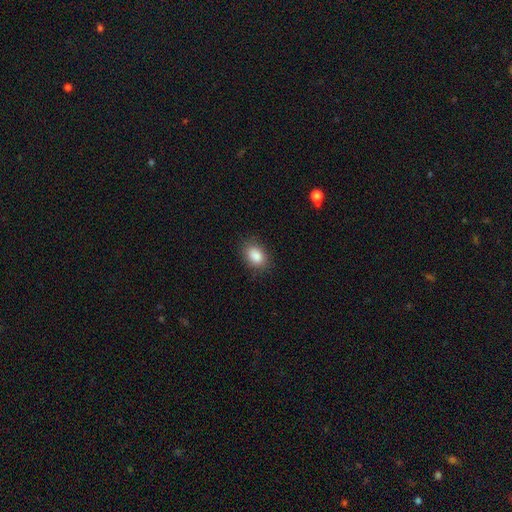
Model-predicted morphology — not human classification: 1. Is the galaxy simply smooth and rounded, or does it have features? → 87% smooth, 8% star or artifact, 5% featured or disk.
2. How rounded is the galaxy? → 79% in between, 20% round, 1% cigar-shaped.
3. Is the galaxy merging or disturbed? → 83% none, 13% minor disturbance, 3% major disturbance, 1% merger.